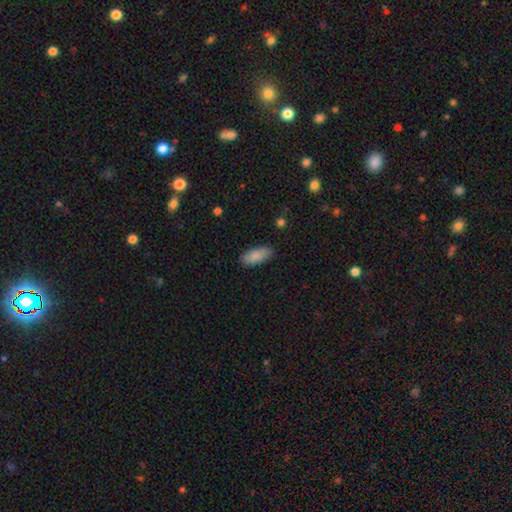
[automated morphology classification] Smooth or featured: smooth — 87% (featured or disk — 7%)
How rounded: in between — 86% (cigar-shaped — 12%)
Merging: none — 84% (minor disturbance — 12%)